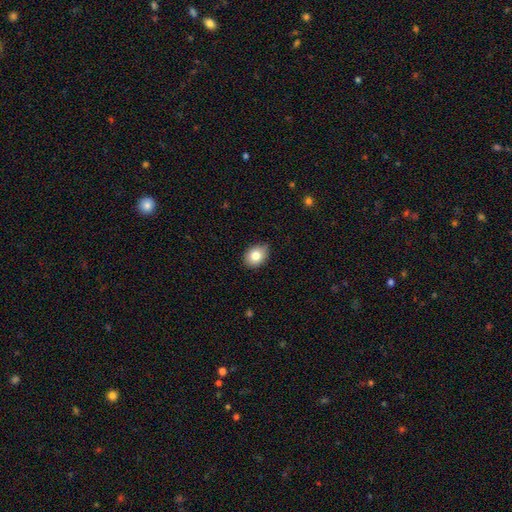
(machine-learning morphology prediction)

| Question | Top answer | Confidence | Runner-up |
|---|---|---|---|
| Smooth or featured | smooth | 82% | featured or disk (10%) |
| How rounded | in between | 62% | round (37%) |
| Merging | none | 82% | minor disturbance (15%) |